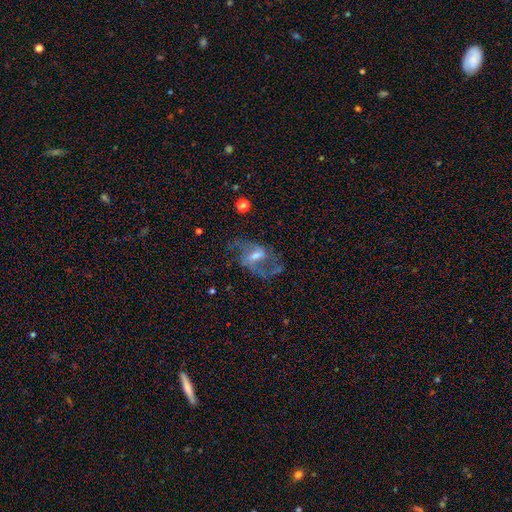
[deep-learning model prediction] Morphology: type=featured or disk (83%); edge-on=no (96%); bar=weak (53%); spiral arms=yes (92%); winding=loose (50%); arm count=2 (82%); bulge=moderate (50%); merging=none (61%).